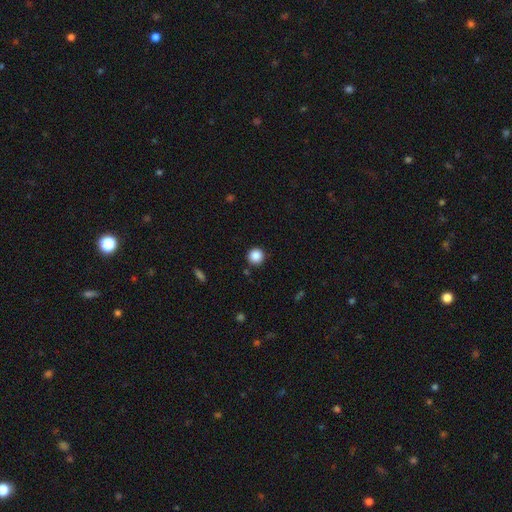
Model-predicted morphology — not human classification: smooth-or-featured: smooth: 87% | star or artifact: 10% | featured or disk: 3%
  how-rounded: round: 95% | in between: 4% | cigar-shaped: 1%
  merging: none: 89% | minor disturbance: 7% | major disturbance: 2% | merger: 2%